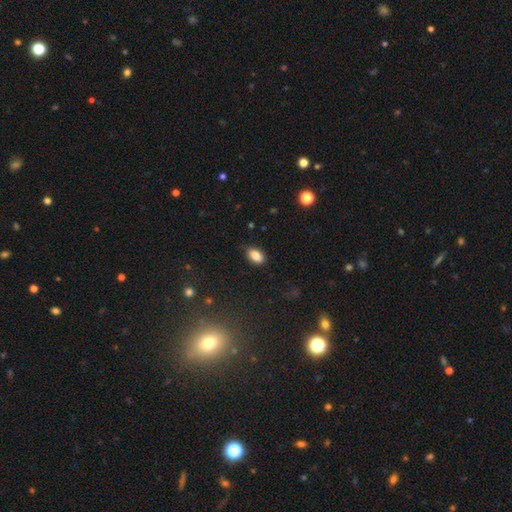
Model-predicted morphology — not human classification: Q: Smooth or featured?
A: smooth (84%); runner-up: star or artifact (9%)
Q: How rounded?
A: in between (90%); runner-up: round (8%)
Q: Merging?
A: none (82%); runner-up: minor disturbance (14%)